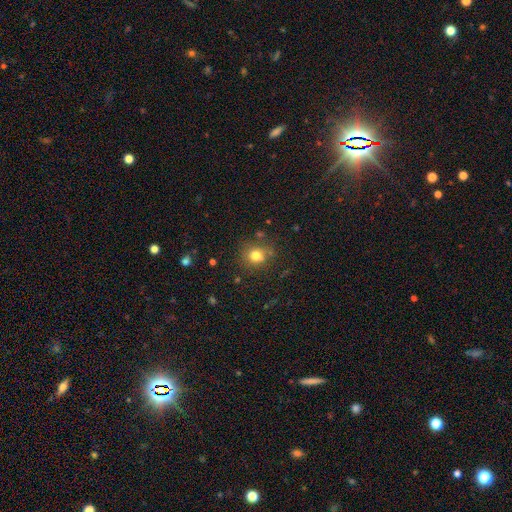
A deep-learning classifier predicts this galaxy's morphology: Overall: smooth (77%). How rounded: round (85%). Merging: none (77%).